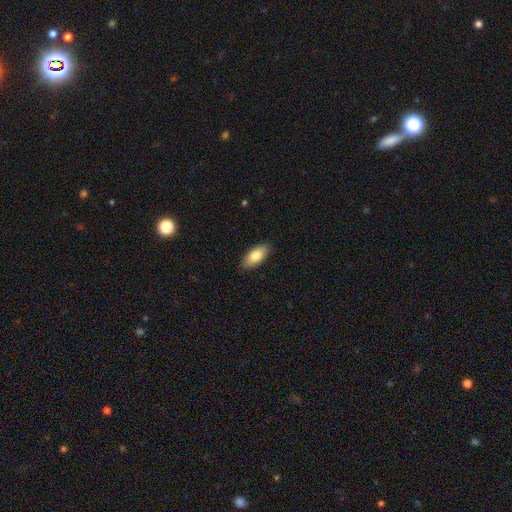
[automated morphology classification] Smooth or featured: smooth — 81% (featured or disk — 12%)
How rounded: in between — 88% (cigar-shaped — 10%)
Merging: none — 88% (minor disturbance — 9%)